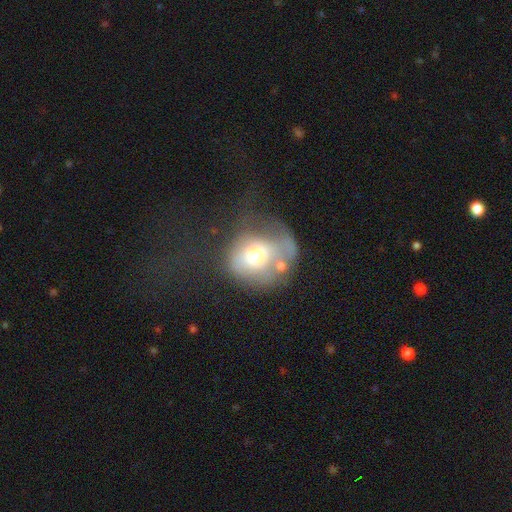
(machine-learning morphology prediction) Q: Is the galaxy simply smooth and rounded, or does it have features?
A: smooth — 60%.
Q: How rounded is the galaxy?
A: round — 72%.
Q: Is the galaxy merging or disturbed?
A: major disturbance — 42%.